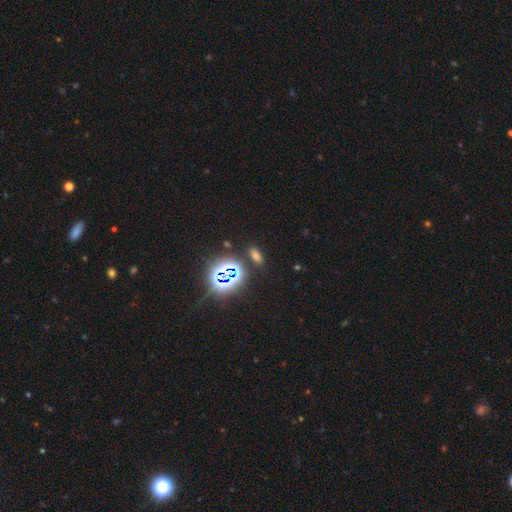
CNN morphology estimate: Q: Smooth or featured?
A: smooth (55%); runner-up: star or artifact (37%)
Q: How rounded?
A: in between (77%); runner-up: cigar-shaped (14%)
Q: Merging?
A: none (84%); runner-up: minor disturbance (9%)